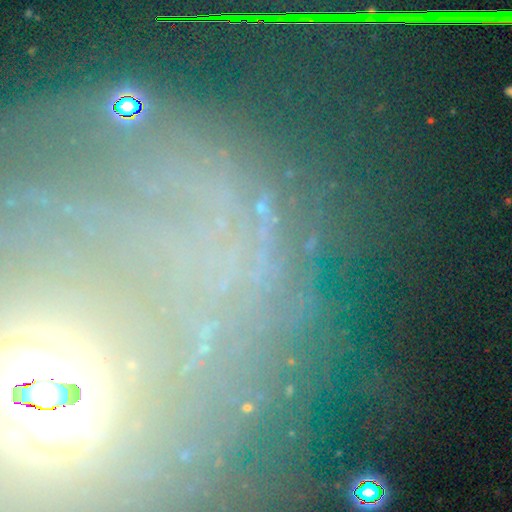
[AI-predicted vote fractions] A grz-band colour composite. It shows a star or artifact, not a galaxy (63%).